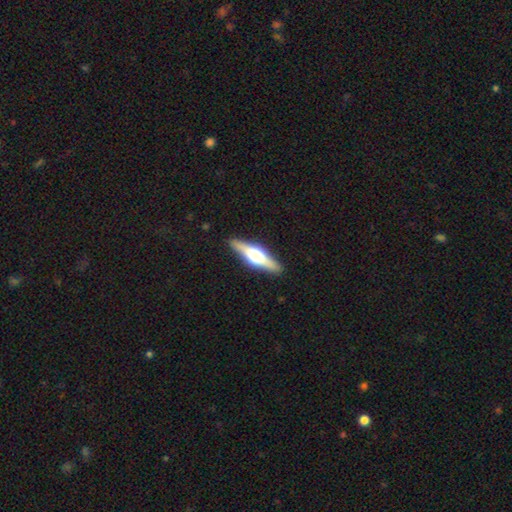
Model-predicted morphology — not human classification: type=featured or disk (66%); edge-on=yes (96%); edge-on bulge=rounded (92%); merging=none (89%).